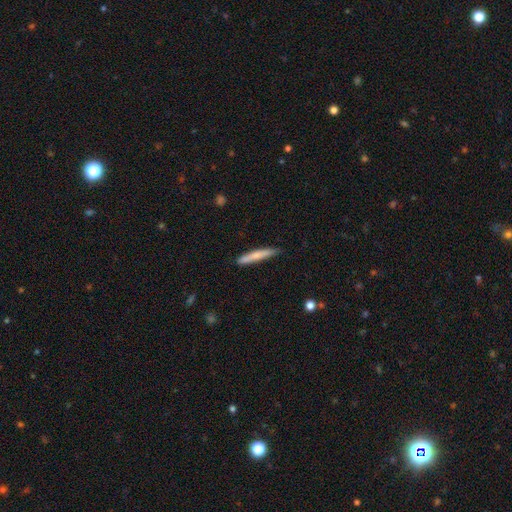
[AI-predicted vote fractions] The model was most divided on "smooth or featured": smooth: 70%, featured or disk: 24%, star or artifact: 6%. More confident: how rounded — cigar-shaped (94%); merging — none (83%).